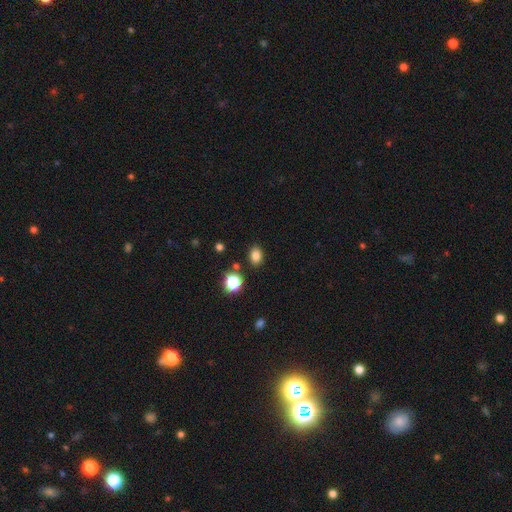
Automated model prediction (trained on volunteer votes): The model was most divided on "how rounded": in between: 66%, round: 33%, cigar-shaped: 1%. More confident: merging — none (85%); smooth or featured — smooth (82%).